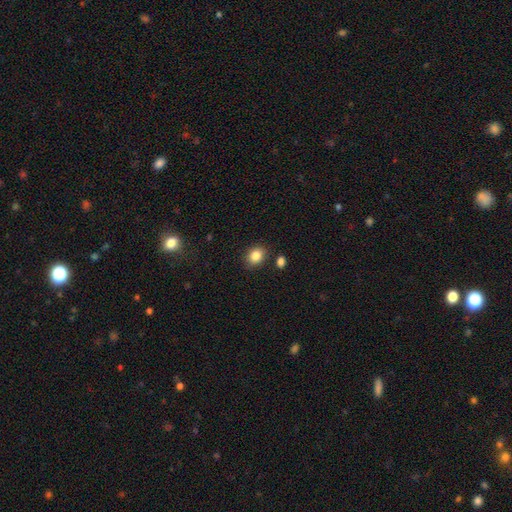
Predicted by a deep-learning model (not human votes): smooth_or_featured: smooth (p=0.85) [alt: star or artifact p=0.10]
how_rounded: round (p=0.52) [alt: in between p=0.47]
merging: none (p=0.83) [alt: minor disturbance p=0.10]